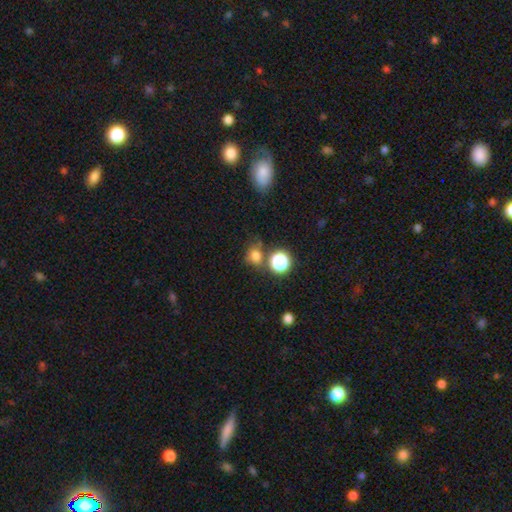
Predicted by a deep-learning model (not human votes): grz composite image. It shows a smooth galaxy with no disk features (74%) that is round (76%). Merging: none (66%).